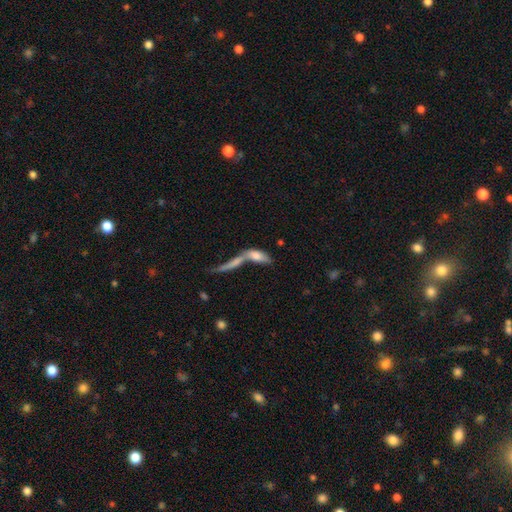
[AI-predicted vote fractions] smooth_or_featured: smooth (p=0.65) [alt: featured or disk p=0.26]
how_rounded: in between (p=0.60) [alt: cigar-shaped p=0.37]
merging: merger (p=0.67) [alt: none p=0.18]